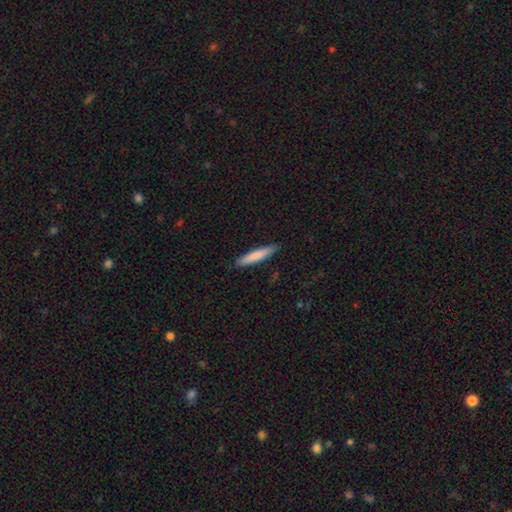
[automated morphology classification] Overall: smooth (80%). How rounded: cigar-shaped (91%). Merging: none (89%).